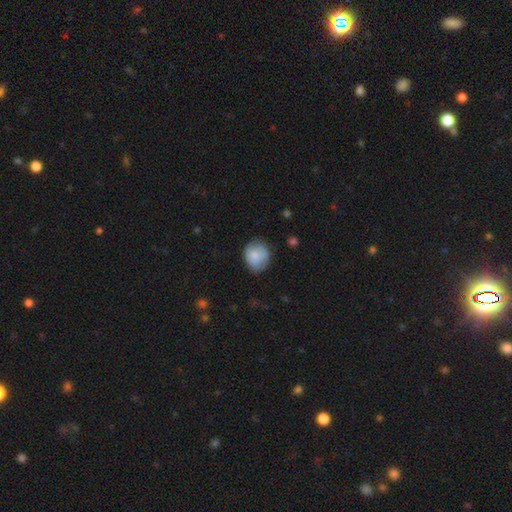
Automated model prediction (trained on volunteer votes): A smooth galaxy with no disk features (75%) that is round (69%). Merging: none (67%).